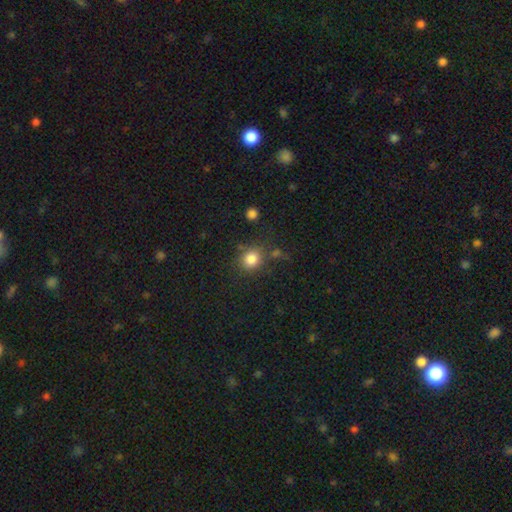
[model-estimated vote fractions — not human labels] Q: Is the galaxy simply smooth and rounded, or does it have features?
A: smooth — 78%.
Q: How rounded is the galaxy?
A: round — 85%.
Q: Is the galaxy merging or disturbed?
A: none — 79%.